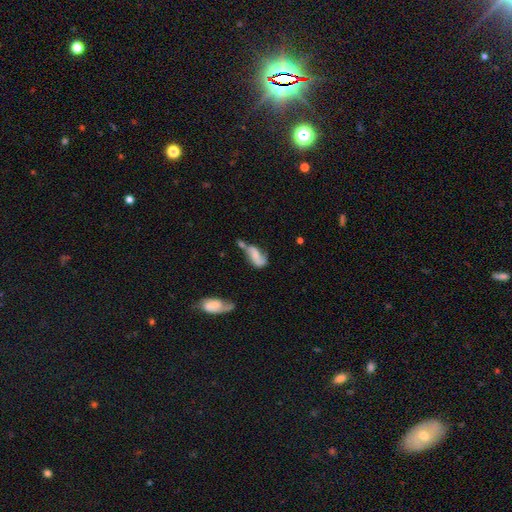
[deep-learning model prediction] Morphology: type=featured or disk (50%); edge-on=no (93%); merging=merger (35%).